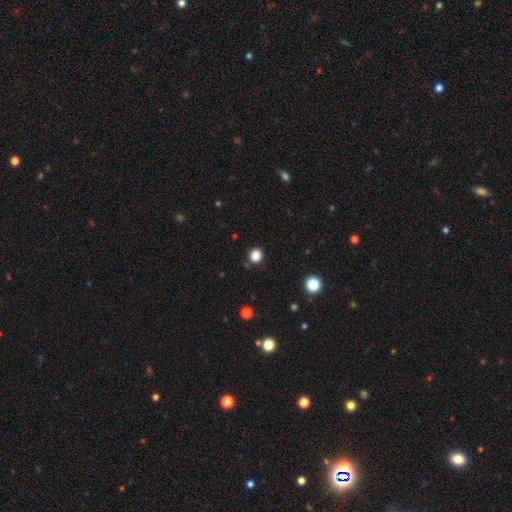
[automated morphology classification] This appears to be a smooth galaxy with no disk features (85%) that is round (83%). Merging: none (87%).